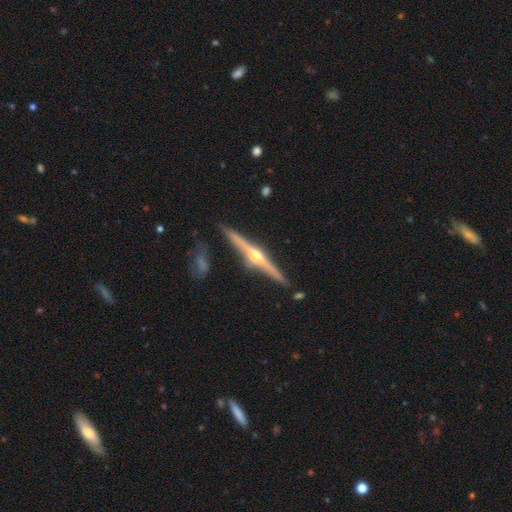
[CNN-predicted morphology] smooth-or-featured: featured or disk: 87% | smooth: 8% | star or artifact: 5%
  disk-edge-on: yes: 98% | no: 2%
    edge-on-bulge: rounded: 95% | boxy: 2% | none: 2%
  merging: none: 88% | minor disturbance: 8% | merger: 3% | major disturbance: 2%